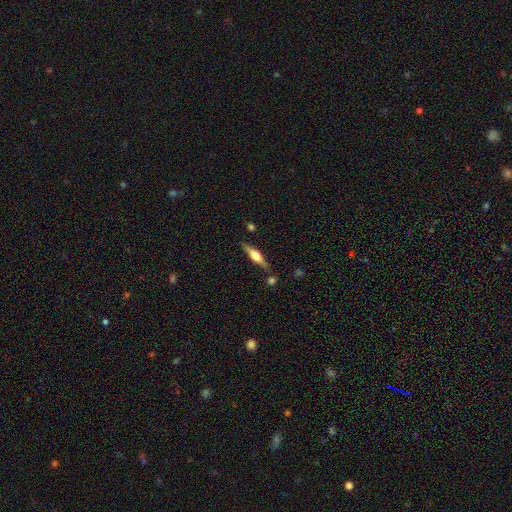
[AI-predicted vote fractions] smooth_or_featured: featured or disk (p=0.64) [alt: smooth p=0.30]
disk_edge_on: yes (p=0.96) [alt: no p=0.04]
edge_on_bulge: rounded (p=0.89) [alt: boxy p=0.09]
merging: none (p=0.81) [alt: minor disturbance p=0.11]